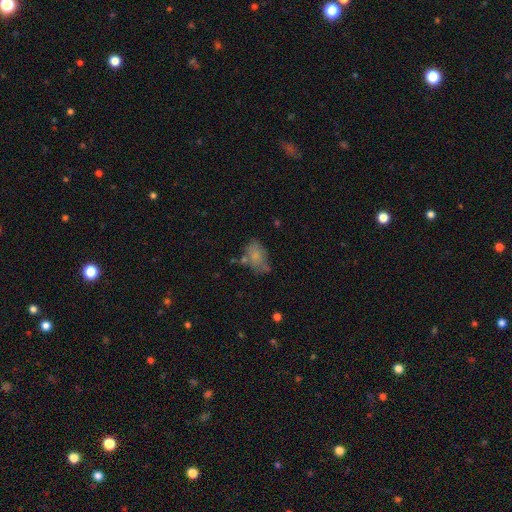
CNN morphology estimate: This is likely a smooth galaxy (72%). How rounded: clearly in between (84%). Merging: marginally none (45%).